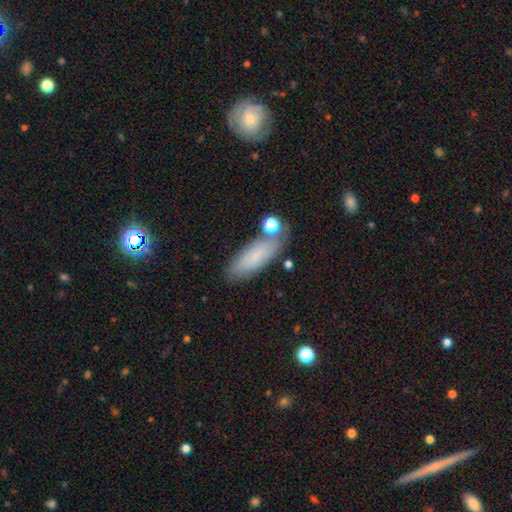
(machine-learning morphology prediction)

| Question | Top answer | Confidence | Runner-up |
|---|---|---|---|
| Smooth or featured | smooth | 75% | featured or disk (16%) |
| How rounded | in between | 61% | cigar-shaped (37%) |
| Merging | none | 74% | minor disturbance (15%) |